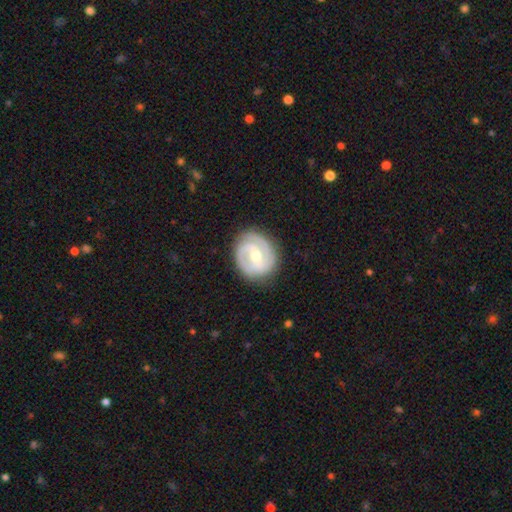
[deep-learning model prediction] A featured or disk galaxy (81%) with a weak bar (48%), 2 (76%) tight (54%) spiral arms (92%) and a moderate central bulge (55%).

Vote fractions:
- Smooth or featured? featured or disk: 81% / smooth: 14% / star or artifact: 5%
- Edge-on disk? no: 97% / yes: 3%
- Bar? weak: 48% / no: 29% / strong: 23%
- Spiral arms? yes: 92% / no: 8%
- Spiral winding? tight: 54% / medium: 37% / loose: 10%
- Spiral arm count? 2: 76% / can't tell: 10% / 1: 6% / 3: 6% / 4: 1% / more than 4: 1%
- Bulge size? moderate: 55% / small: 41% / large: 2% / none: 1% / dominant: 1%
- Merging? none: 82% / minor disturbance: 13% / major disturbance: 4% / merger: 1%